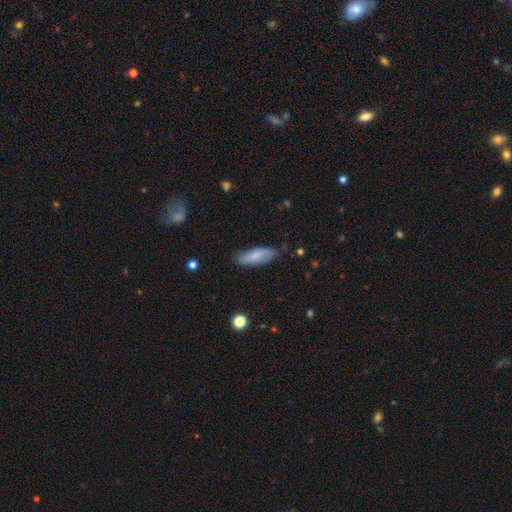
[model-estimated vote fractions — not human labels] The model was most divided on "how rounded": in between: 61%, cigar-shaped: 37%, round: 2%. More confident: merging — none (77%); smooth or featured — smooth (76%).